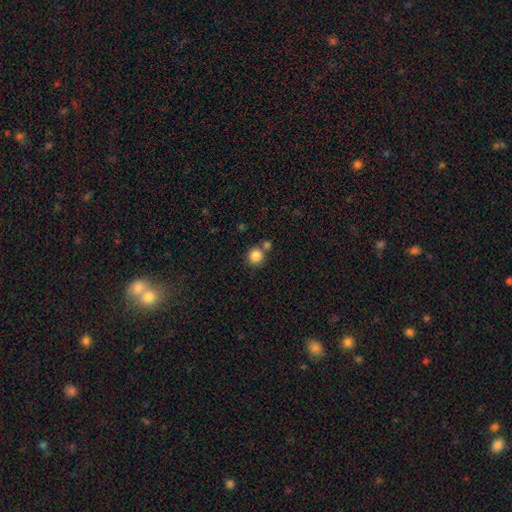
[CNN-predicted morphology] smooth_or_featured: smooth (p=0.85) [alt: star or artifact p=0.10]
how_rounded: round (p=0.91) [alt: in between p=0.08]
merging: none (p=0.65) [alt: merger p=0.22]